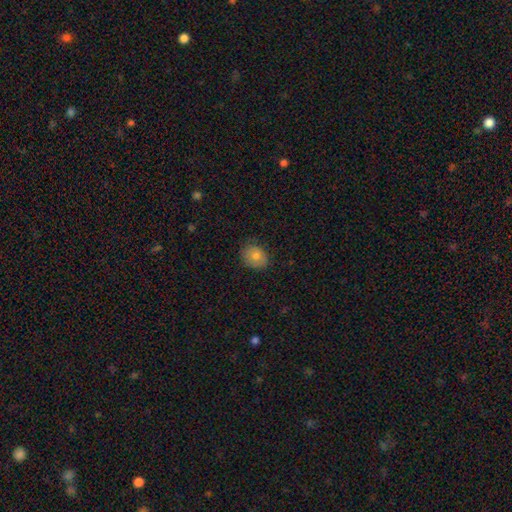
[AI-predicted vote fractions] smooth-or-featured: smooth: 76% | featured or disk: 14% | star or artifact: 9%
  how-rounded: round: 51% | in between: 48% | cigar-shaped: 1%
  merging: none: 82% | minor disturbance: 14% | major disturbance: 3% | merger: 1%